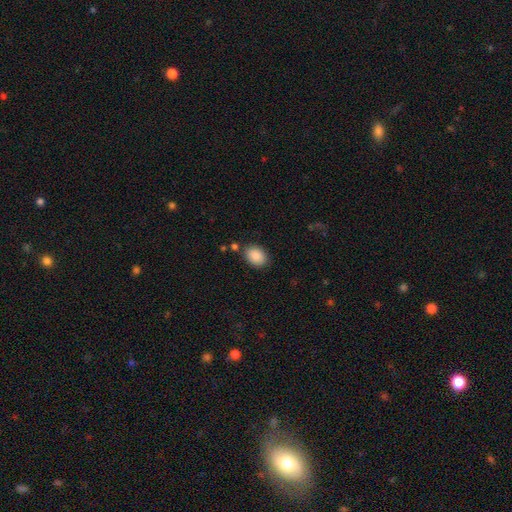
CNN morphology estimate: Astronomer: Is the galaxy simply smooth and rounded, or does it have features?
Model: smooth — 89%.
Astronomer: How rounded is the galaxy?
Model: in between — 75%.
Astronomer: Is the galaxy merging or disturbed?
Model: none — 81%.